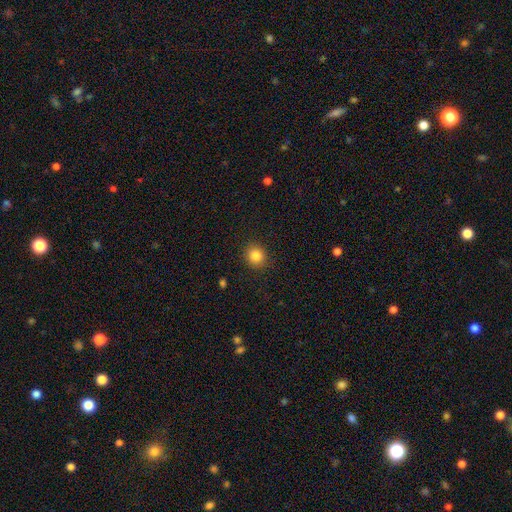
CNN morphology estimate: Smooth or featured?
  - smooth: 85% *
  - star or artifact: 11%
  - featured or disk: 5%
How rounded?
  - round: 84% *
  - in between: 15%
  - cigar-shaped: 1%
Merging?
  - none: 90% *
  - minor disturbance: 7%
  - major disturbance: 2%
  - merger: 1%